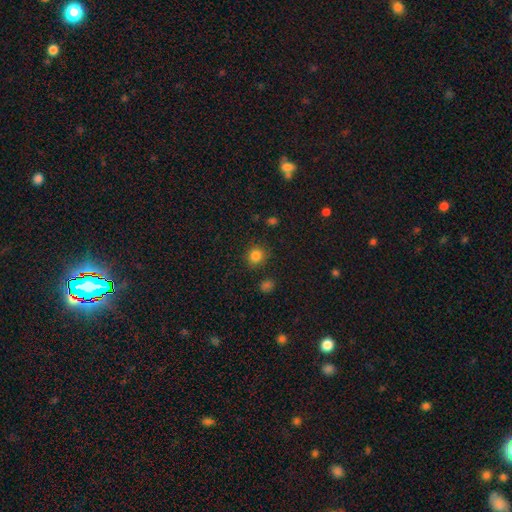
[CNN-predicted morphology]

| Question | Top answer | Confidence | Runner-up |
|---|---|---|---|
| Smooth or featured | smooth | 83% | star or artifact (12%) |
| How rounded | round | 86% | in between (13%) |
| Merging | none | 85% | minor disturbance (9%) |